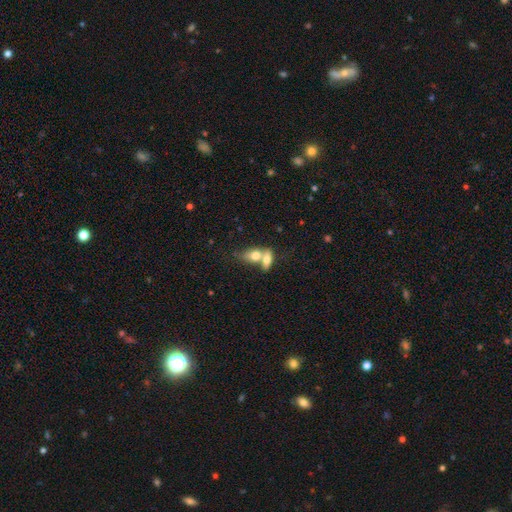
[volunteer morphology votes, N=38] Smooth or featured: smooth — 89% (featured or disk — 8%)
How rounded: in between — 79% (round — 18%)
Merging: merger — 76% (none — 19%)